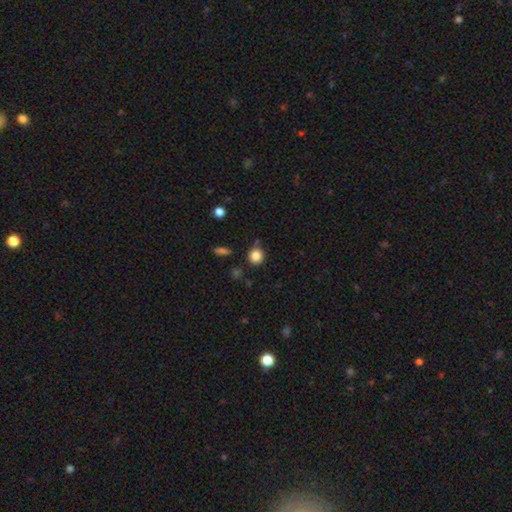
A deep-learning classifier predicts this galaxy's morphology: Q: Smooth or featured?
A: smooth (84%); runner-up: star or artifact (10%)
Q: How rounded?
A: round (90%); runner-up: in between (9%)
Q: Merging?
A: none (83%); runner-up: minor disturbance (10%)